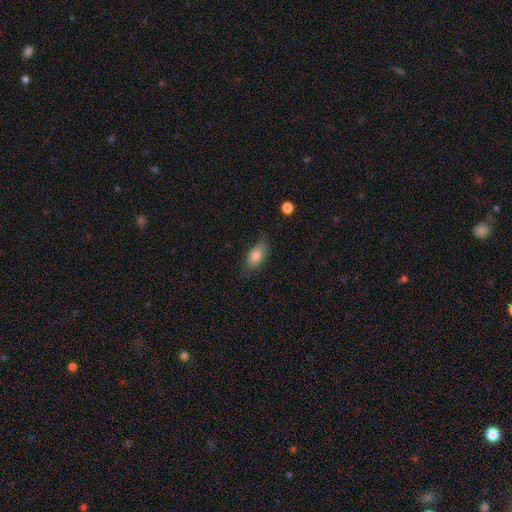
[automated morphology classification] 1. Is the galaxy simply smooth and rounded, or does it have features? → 81% smooth, 11% featured or disk, 7% star or artifact.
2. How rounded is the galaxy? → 88% in between, 6% cigar-shaped, 6% round.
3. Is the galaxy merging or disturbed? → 69% none, 24% minor disturbance, 6% major disturbance, 2% merger.